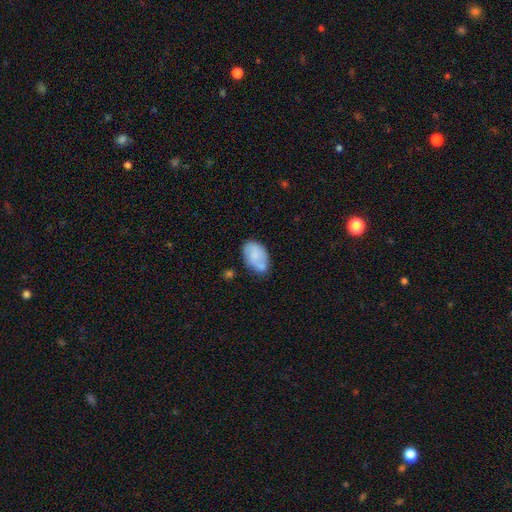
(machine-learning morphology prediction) Smooth or featured? Predicted: smooth (p=0.67). How rounded? Predicted: in between (p=0.90). Merging? Predicted: none (p=0.52).